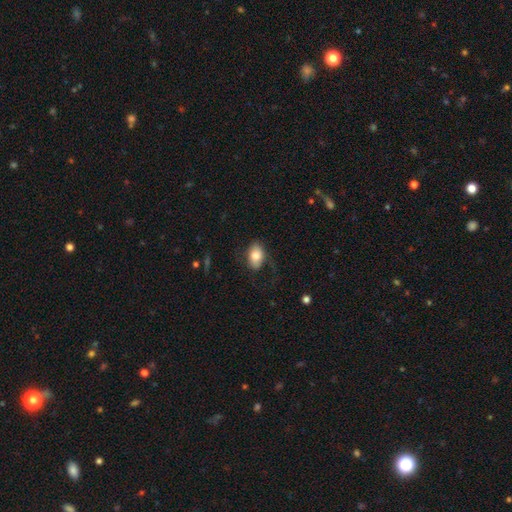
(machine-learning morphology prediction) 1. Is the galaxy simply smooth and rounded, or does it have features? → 80% smooth, 13% featured or disk, 7% star or artifact.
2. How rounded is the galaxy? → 89% in between, 10% round, 2% cigar-shaped.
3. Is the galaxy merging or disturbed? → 70% none, 19% minor disturbance, 10% major disturbance, 1% merger.